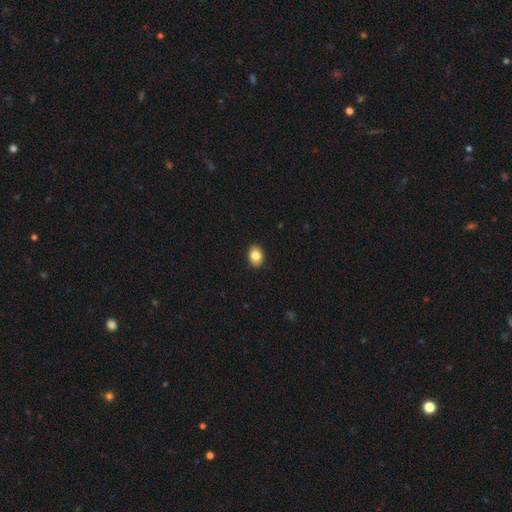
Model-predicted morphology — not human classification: Q: Smooth or featured?
A: smooth (83%); runner-up: featured or disk (8%)
Q: How rounded?
A: in between (73%); runner-up: round (25%)
Q: Merging?
A: none (89%); runner-up: minor disturbance (8%)